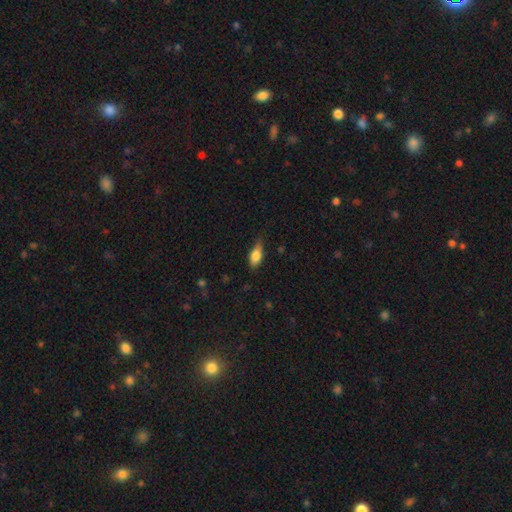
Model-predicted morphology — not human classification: The model was most divided on "merging": none: 69%, minor disturbance: 25%, major disturbance: 5%, merger: 1%. More confident: how rounded — in between (81%); smooth or featured — smooth (76%).